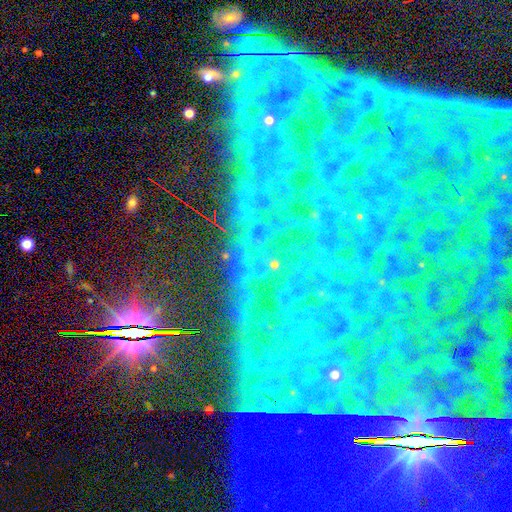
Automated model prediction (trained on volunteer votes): Smooth or featured? star or artifact (85%)